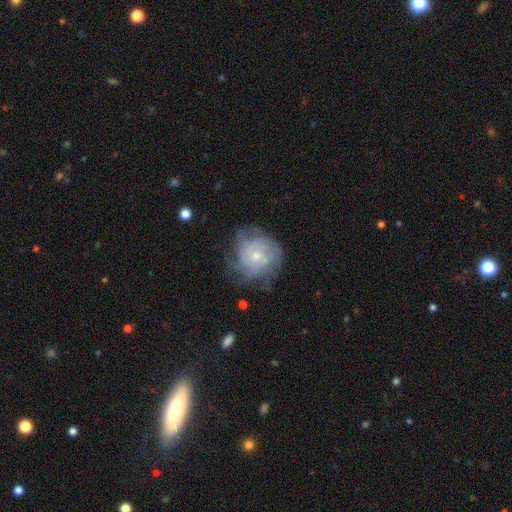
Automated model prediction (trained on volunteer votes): Smooth or featured: featured or disk — 66% (smooth — 27%)
Edge-on disk: no — 98% (yes — 2%)
Bar: no — 81% (weak — 17%)
Spiral arms: yes — 81% (no — 19%)
Spiral winding: tight — 66% (medium — 25%)
Spiral arm count: can't tell — 55% (2 — 13%)
Bulge size: small — 55% (moderate — 40%)
Merging: none — 61% (minor disturbance — 24%)